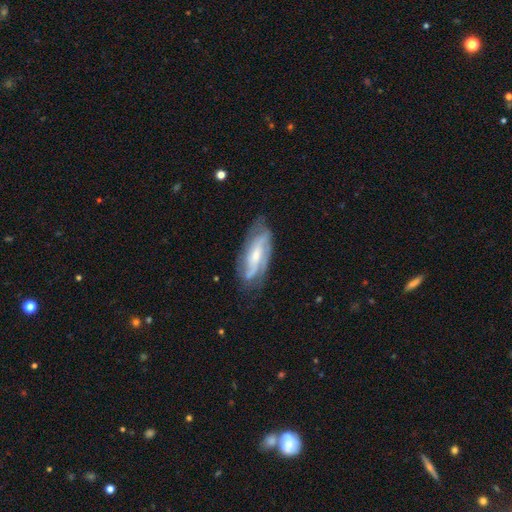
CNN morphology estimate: The model was most divided on "bar" (2-way tie): weak: 39%, no: 39%, strong: 22%. Remaining: spiral arms — yes (92%); edge-on disk — no (89%); smooth or featured — featured or disk (79%); merging — none (71%); spiral arm count — 2 (54%); bulge size — small (52%); spiral winding — medium (43%).